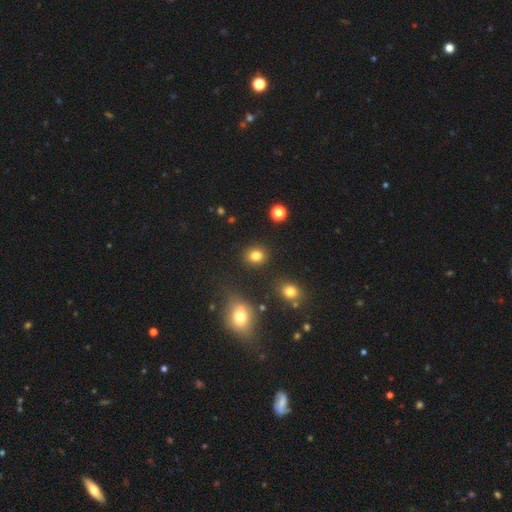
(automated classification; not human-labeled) Overall: smooth (82%). How rounded: round (72%). Merging: none (87%).